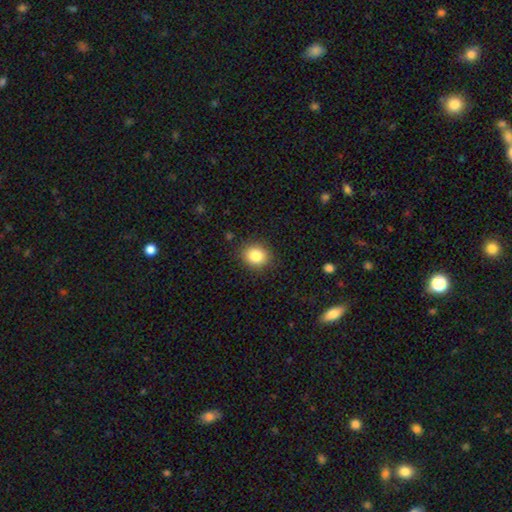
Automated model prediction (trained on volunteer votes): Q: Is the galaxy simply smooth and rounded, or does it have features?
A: smooth — 84%.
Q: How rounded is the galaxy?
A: round — 69%.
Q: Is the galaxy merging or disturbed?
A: none — 87%.